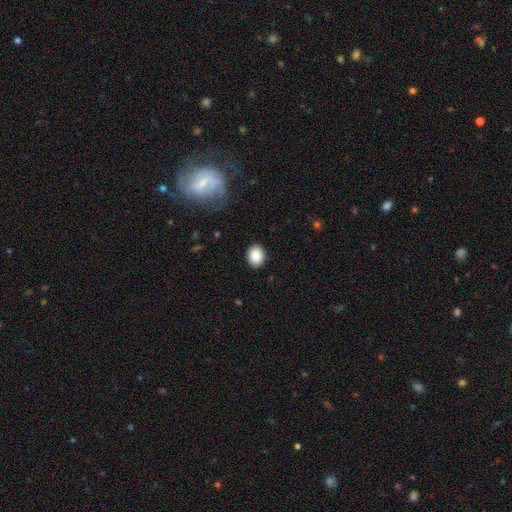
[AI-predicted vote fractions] A smooth galaxy with no disk features (87%) that is in between round and cigar-shaped (51%).

Vote fractions:
- Smooth or featured? smooth: 87% / star or artifact: 8% / featured or disk: 5%
- How rounded? in between: 51% / round: 48% / cigar-shaped: 1%
- Merging? none: 90% / minor disturbance: 7% / major disturbance: 2% / merger: 1%